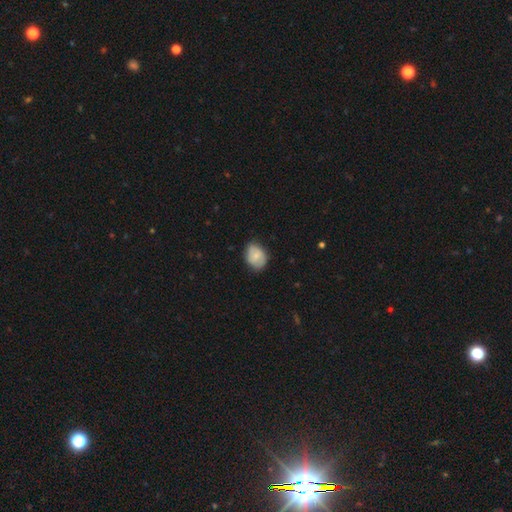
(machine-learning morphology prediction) Smooth or featured? smooth (61%)
How rounded? in between (62%)
Merging? none (71%)